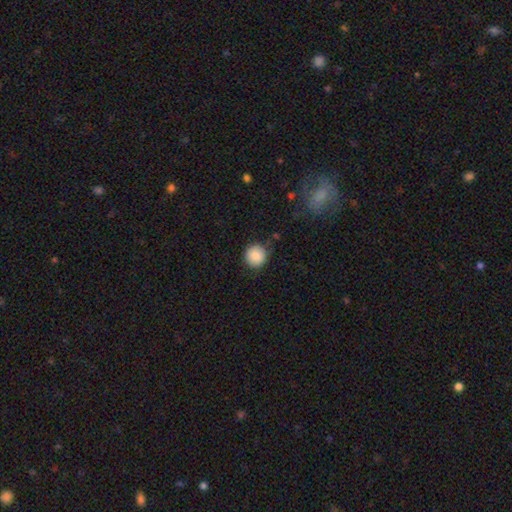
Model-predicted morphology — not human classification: A smooth galaxy with no disk features (87%) that is round (94%).

Vote fractions:
- Smooth or featured? smooth: 87% / star or artifact: 8% / featured or disk: 5%
- How rounded? round: 94% / in between: 5% / cigar-shaped: 1%
- Merging? none: 83% / minor disturbance: 12% / major disturbance: 3% / merger: 2%